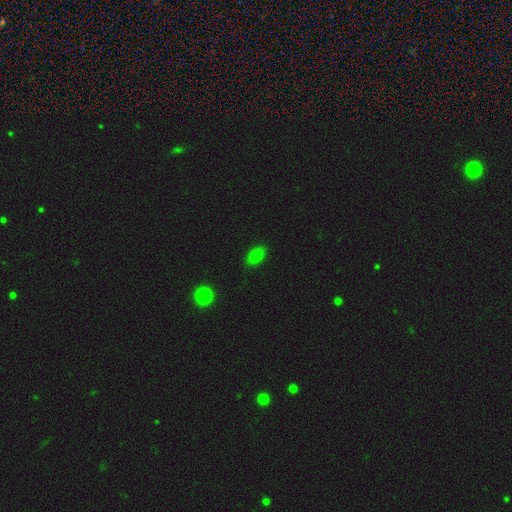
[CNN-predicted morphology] smooth 78%, star or artifact 14%, featured or disk 8%. Down the decision tree: how rounded — in between (85%); merging — none (86%).